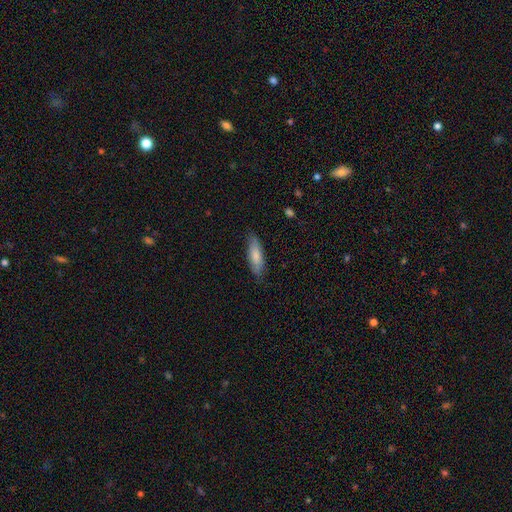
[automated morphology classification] Overall: smooth (76%). How rounded: cigar-shaped (53%; in between 45%). Merging: none (81%).